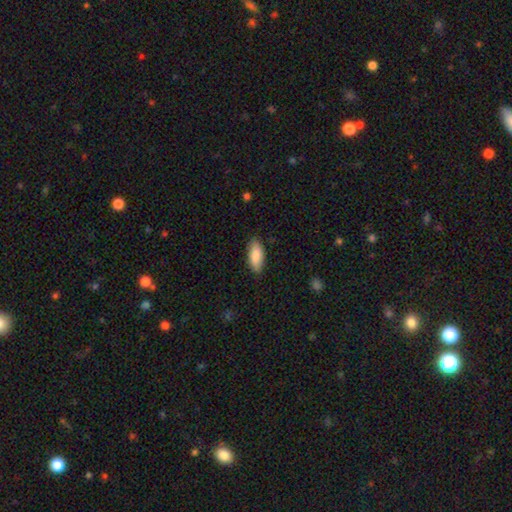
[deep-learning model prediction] Smooth or featured? Predicted: smooth (p=0.86). How rounded? Predicted: in between (p=0.85). Merging? Predicted: none (p=0.84).